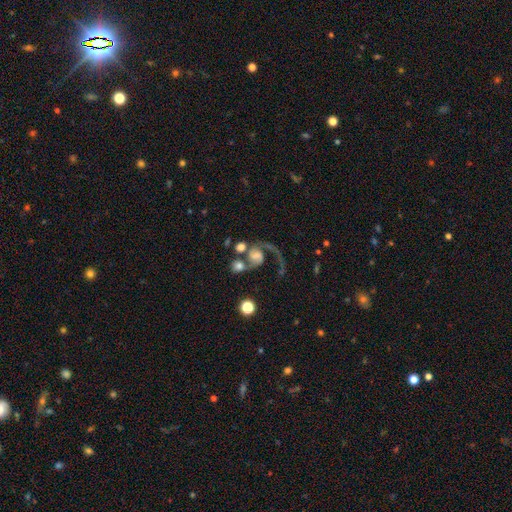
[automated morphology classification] smooth_or_featured: featured or disk (p=0.72) [alt: smooth p=0.18]
disk_edge_on: no (p=0.98) [alt: yes p=0.02]
bar: no (p=0.62) [alt: weak p=0.29]
has_spiral_arms: yes (p=0.92) [alt: no p=0.08]
spiral_winding: loose (p=0.56) [alt: medium p=0.35]
spiral_arm_count: 1 (p=0.51) [alt: 2 p=0.43]
bulge_size: moderate (p=0.33) [alt: small p=0.29]
merging: merger (p=0.36) [alt: none p=0.28]